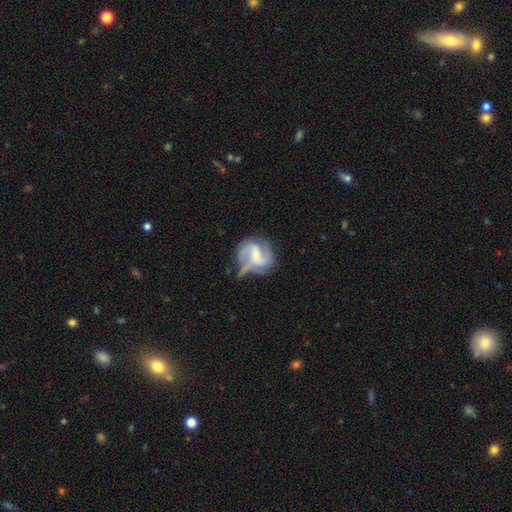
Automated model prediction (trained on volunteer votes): Overall: featured or disk (78%). Edge-on disk: no (98%). Bar: weak (49%; no 31%). Spiral arms: yes (92%). Spiral arm count: 2 (63%). Spiral winding: medium (49%; loose 27%). Bulge size: small (52%; moderate 34%). Merging: none (44%; minor disturbance 27%).